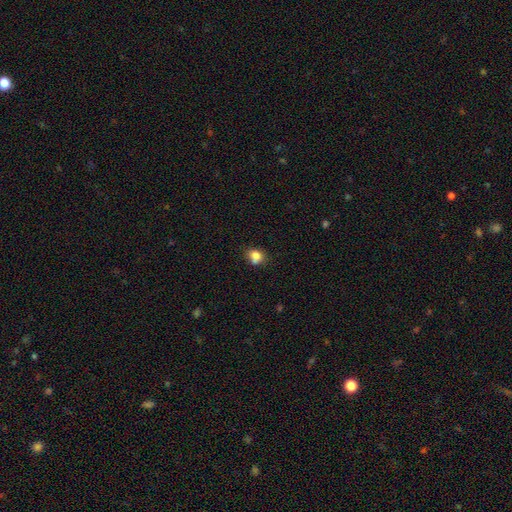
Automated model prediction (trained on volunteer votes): A smooth galaxy with no disk features (79%) that is round (57%). Merging: none (53%).